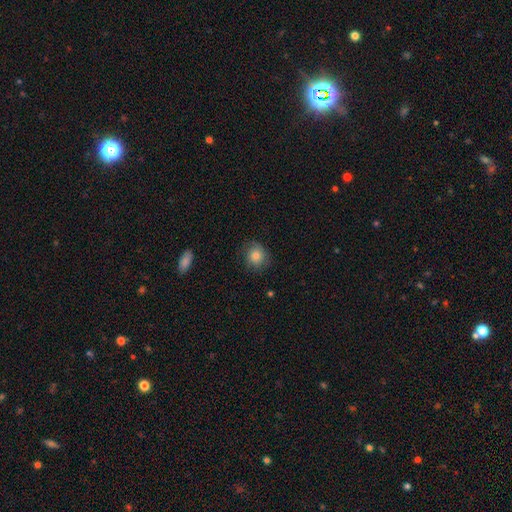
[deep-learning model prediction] Q: Smooth or featured?
A: smooth (80%); runner-up: featured or disk (11%)
Q: How rounded?
A: round (83%); runner-up: in between (16%)
Q: Merging?
A: none (76%); runner-up: minor disturbance (18%)